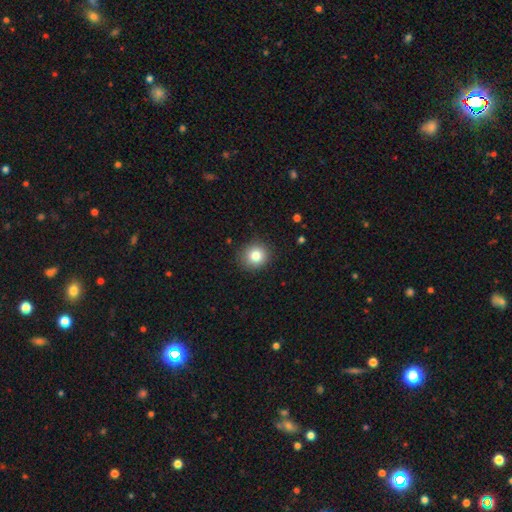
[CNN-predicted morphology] smooth_or_featured: smooth (p=0.81) [alt: star or artifact p=0.11]
how_rounded: round (p=0.88) [alt: in between p=0.11]
merging: none (p=0.90) [alt: minor disturbance p=0.07]